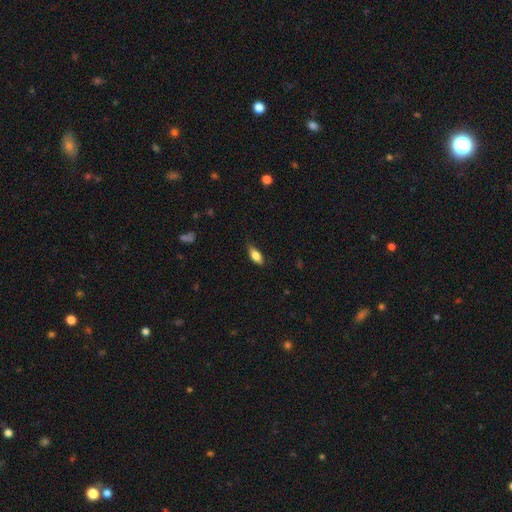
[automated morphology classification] A smooth galaxy with no disk features (74%) that is in between round and cigar-shaped (78%).

Vote fractions:
- Smooth or featured? smooth: 74% / featured or disk: 18% / star or artifact: 7%
- How rounded? in between: 78% / cigar-shaped: 19% / round: 3%
- Merging? none: 79% / minor disturbance: 17% / major disturbance: 3% / merger: 1%